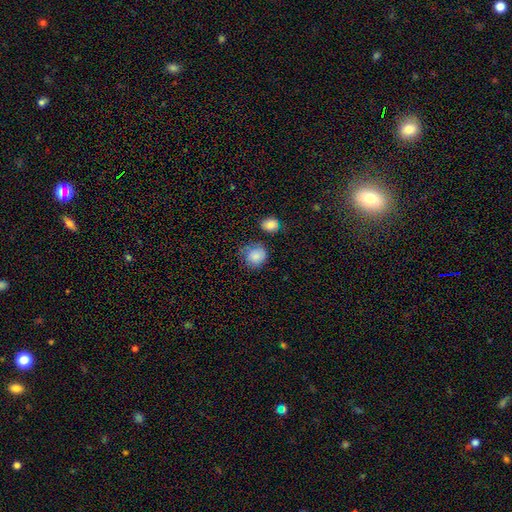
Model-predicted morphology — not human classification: type=smooth (84%); roundness=round (80%); merging=none (61%).